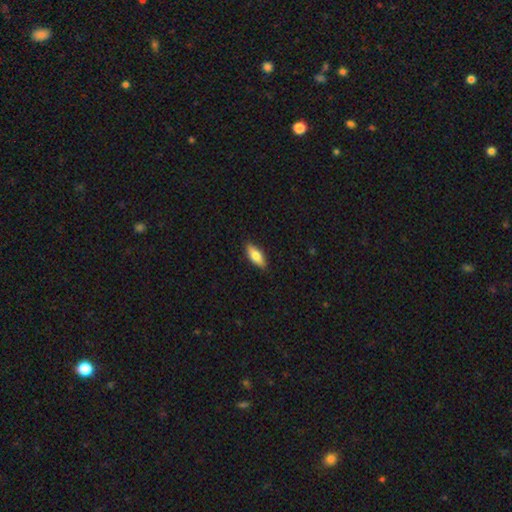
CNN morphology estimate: This is likely a smooth galaxy (77%). How rounded: likely in between (75%). Merging: clearly none (87%).